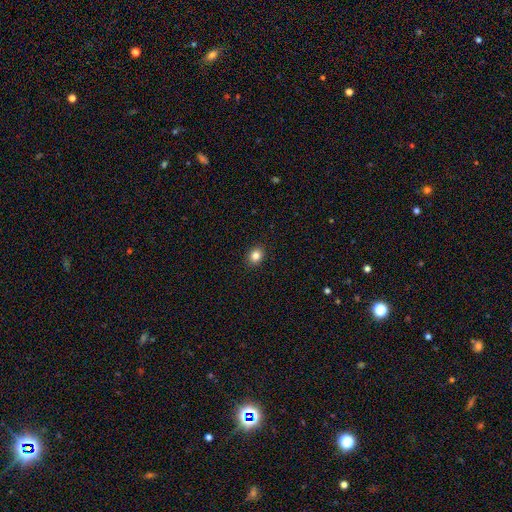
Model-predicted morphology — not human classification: The model was most divided on "how rounded": round: 58%, in between: 41%, cigar-shaped: 1%. More confident: merging — none (91%); smooth or featured — smooth (83%).